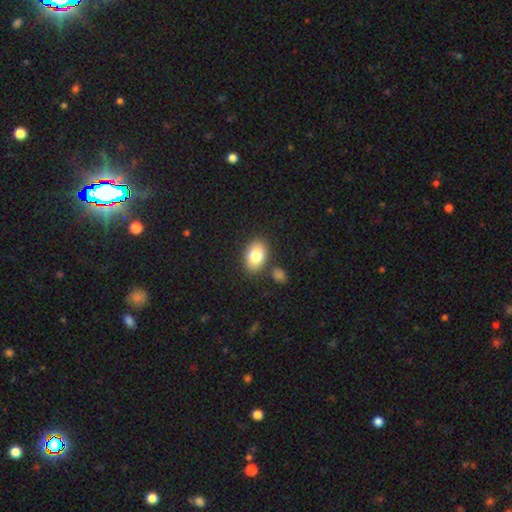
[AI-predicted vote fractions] Smooth or featured?
  - smooth: 82% *
  - featured or disk: 11%
  - star or artifact: 8%
How rounded?
  - in between: 84% *
  - round: 15%
  - cigar-shaped: 1%
Merging?
  - none: 81% *
  - minor disturbance: 10%
  - merger: 7%
  - major disturbance: 3%